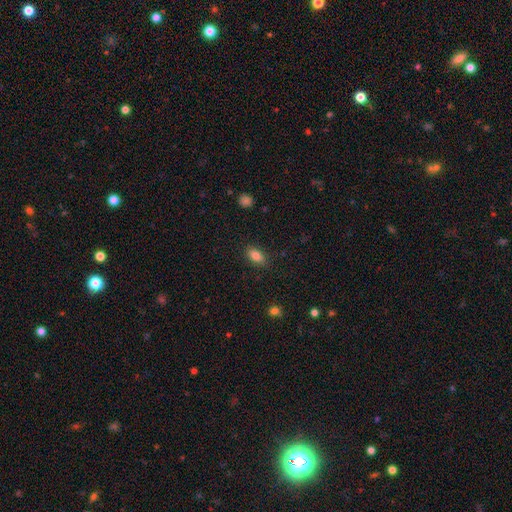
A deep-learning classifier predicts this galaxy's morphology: A smooth galaxy with no disk features (84%) that is in between round and cigar-shaped (88%).

Vote fractions:
- Smooth or featured? smooth: 84% / star or artifact: 9% / featured or disk: 7%
- How rounded? in between: 88% / round: 7% / cigar-shaped: 4%
- Merging? none: 86% / minor disturbance: 10% / major disturbance: 3% / merger: 1%